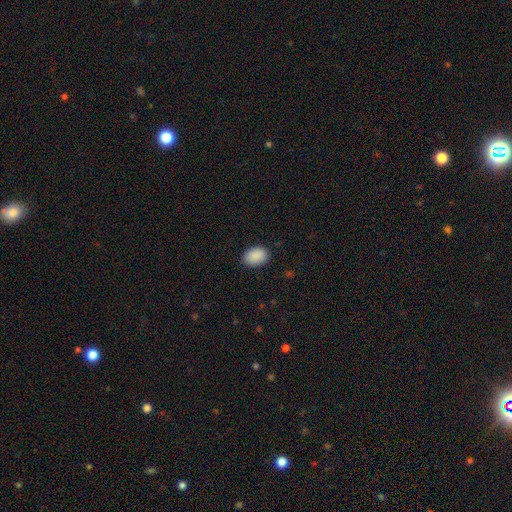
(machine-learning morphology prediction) Smooth or featured? smooth (91%)
How rounded? in between (81%)
Merging? none (87%)